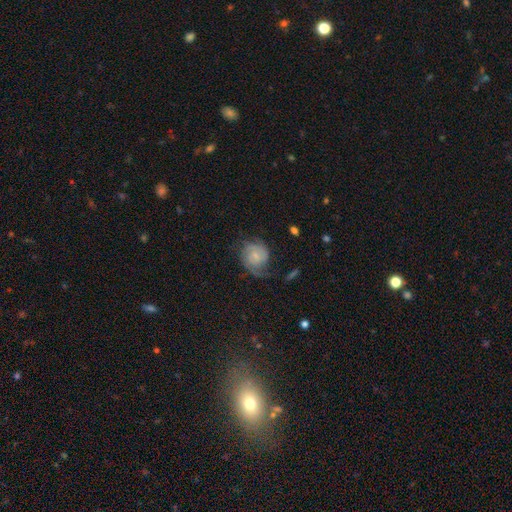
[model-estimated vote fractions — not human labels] This is possibly a featured or disk galaxy (59%). It is clearly not viewed edge-on (98%). Bar: likely no (68%). Spiral arm pattern: clearly yes (89%). Spiral arm count: possibly 2 (56%). Spiral winding: marginally tight (40%). Central bulge: likely small (64%). Merging: possibly none (52%).